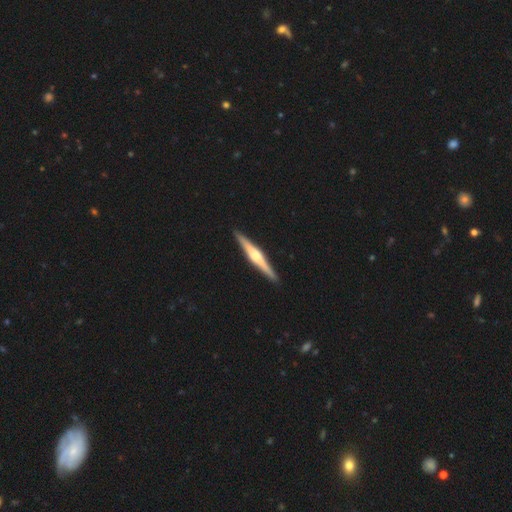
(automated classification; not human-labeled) smooth-or-featured: featured or disk: 75% | smooth: 21% | star or artifact: 4%
  disk-edge-on: yes: 98% | no: 2%
    edge-on-bulge: rounded: 80% | boxy: 13% | none: 6%
  merging: none: 93% | minor disturbance: 5% | major disturbance: 1% | merger: 1%